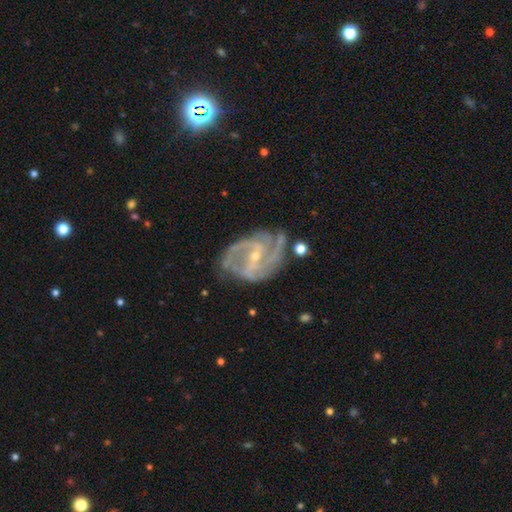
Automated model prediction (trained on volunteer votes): Morphology: type=featured or disk (91%); edge-on=no (98%); bar=weak (42%); spiral arms=yes (98%); winding=medium (51%); arm count=3 (34%); bulge=small (74%); merging=none (65%).